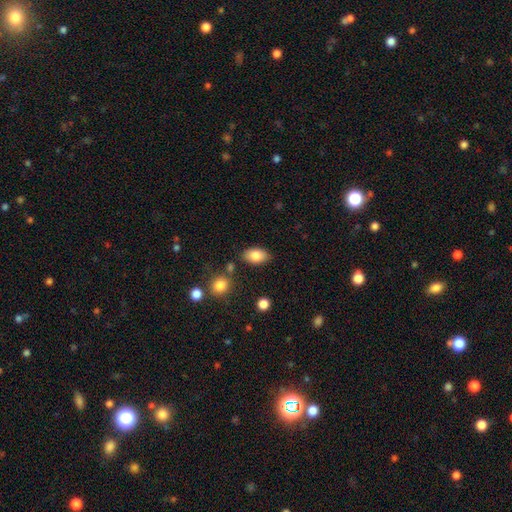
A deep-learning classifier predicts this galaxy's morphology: type=smooth (84%); roundness=in between (90%); merging=none (80%).